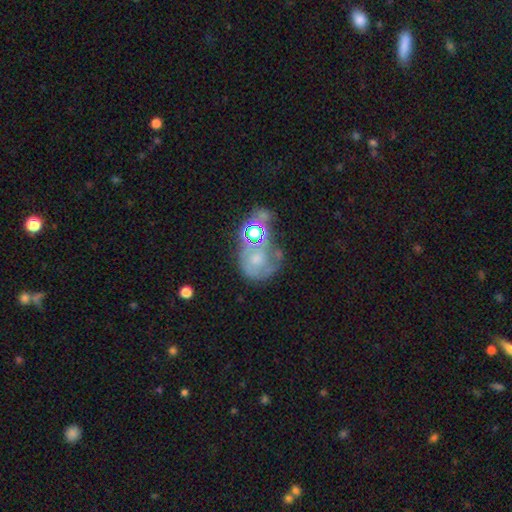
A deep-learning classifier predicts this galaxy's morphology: The model was most divided on "smooth or featured": featured or disk: 46%, star or artifact: 31%, smooth: 23%. Remaining: merging — none (42%).